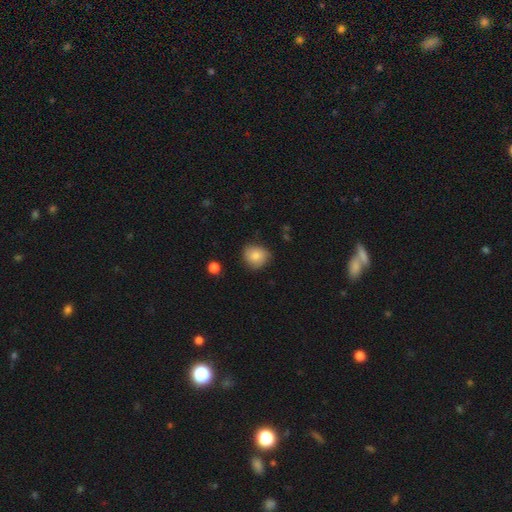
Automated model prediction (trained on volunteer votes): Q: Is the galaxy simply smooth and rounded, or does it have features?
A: smooth — 79%.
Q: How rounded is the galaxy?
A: round — 78%.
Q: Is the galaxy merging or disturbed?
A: none — 70%.